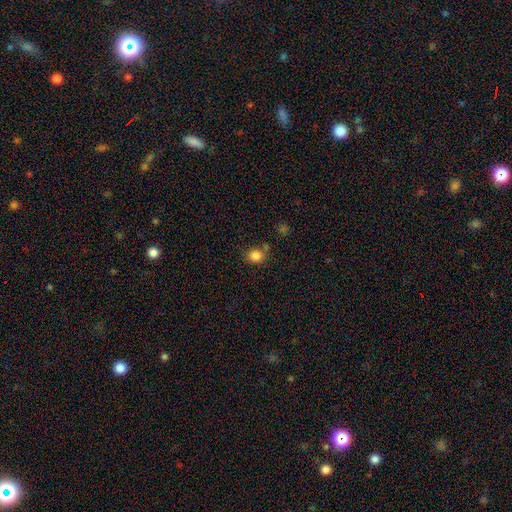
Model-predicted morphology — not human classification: The model was most divided on "how rounded": round: 73%, in between: 27%, cigar-shaped: 1%. More confident: smooth or featured — smooth (84%); merging — none (72%).